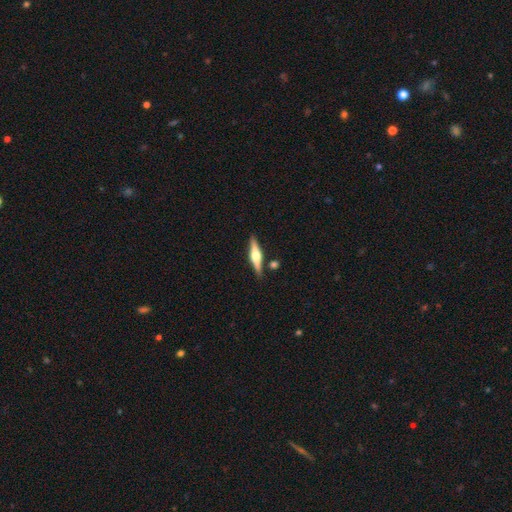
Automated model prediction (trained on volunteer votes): Smooth or featured? featured or disk (67%)
Edge-on disk? yes (97%)
Edge-on bulge? rounded (92%)
Merging? none (84%)